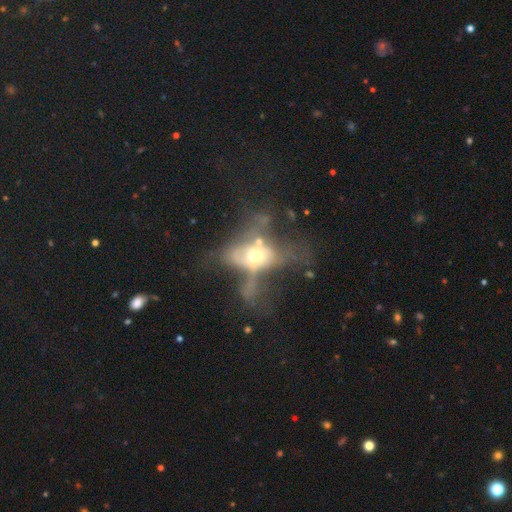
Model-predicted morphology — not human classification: This is possibly a featured or disk galaxy (52%). It is clearly not viewed edge-on (88%). Merging: possibly major disturbance (50%).